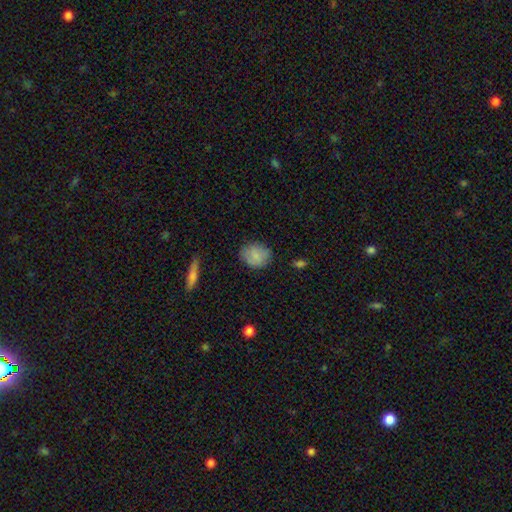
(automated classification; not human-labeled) Smooth or featured? Predicted: smooth (p=0.81). How rounded? Predicted: round (p=0.65). Merging? Predicted: none (p=0.79).